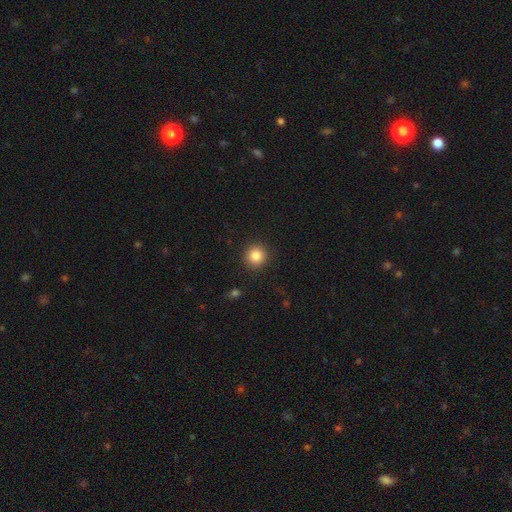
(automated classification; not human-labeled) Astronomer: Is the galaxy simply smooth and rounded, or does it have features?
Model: smooth — 85%.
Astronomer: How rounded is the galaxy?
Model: round — 93%.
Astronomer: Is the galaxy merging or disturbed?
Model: none — 91%.